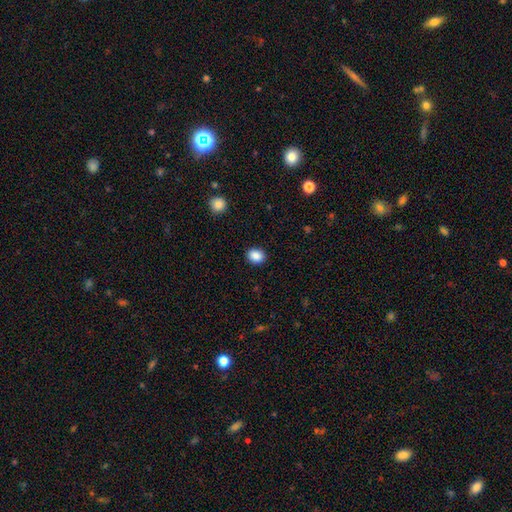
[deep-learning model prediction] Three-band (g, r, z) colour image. It shows a smooth galaxy with no disk features (88%) that is round (52%). Merging: none (90%).